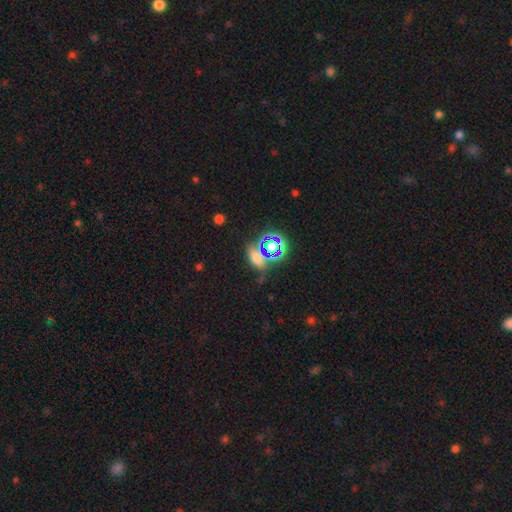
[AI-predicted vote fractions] smooth_or_featured: smooth (p=0.52) [alt: star or artifact p=0.36]
how_rounded: in between (p=0.72) [alt: round p=0.20]
merging: none (p=0.64) [alt: minor disturbance p=0.15]